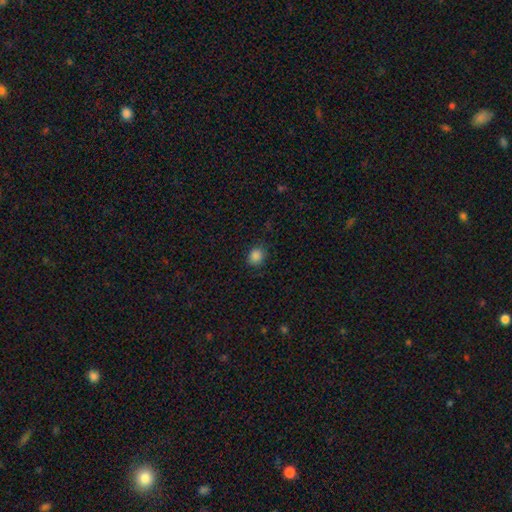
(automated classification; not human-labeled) This appears to be a smooth galaxy with no disk features (85%) that is round (69%). Merging: none (85%).